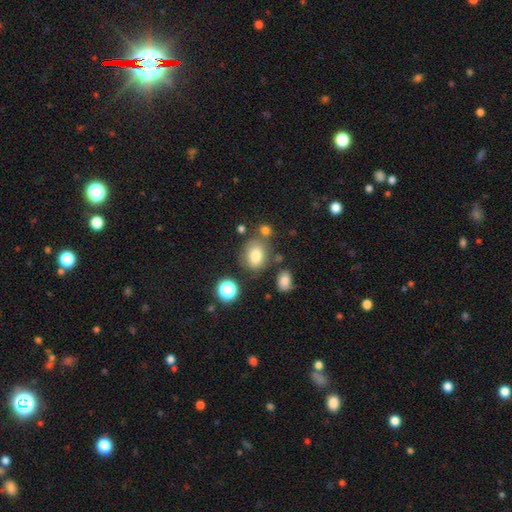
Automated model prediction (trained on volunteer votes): Smooth or featured?
  - smooth: 76% *
  - star or artifact: 13%
  - featured or disk: 10%
How rounded?
  - round: 53% *
  - in between: 46%
  - cigar-shaped: 1%
Merging?
  - none: 67% *
  - minor disturbance: 17%
  - merger: 10%
  - major disturbance: 6%